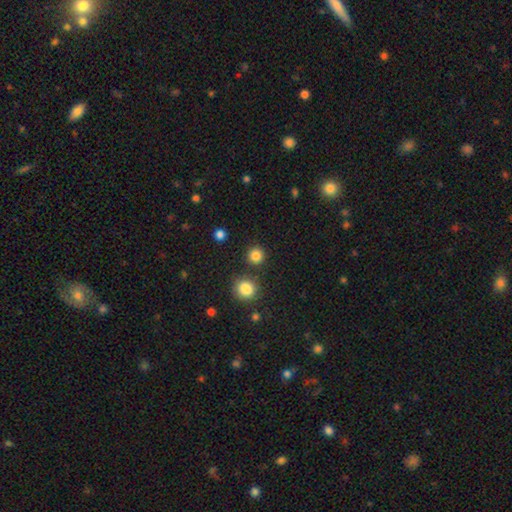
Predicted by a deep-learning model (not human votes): smooth_or_featured: smooth (p=0.84) [alt: star or artifact p=0.13]
how_rounded: round (p=0.93) [alt: in between p=0.06]
merging: none (p=0.86) [alt: minor disturbance p=0.06]